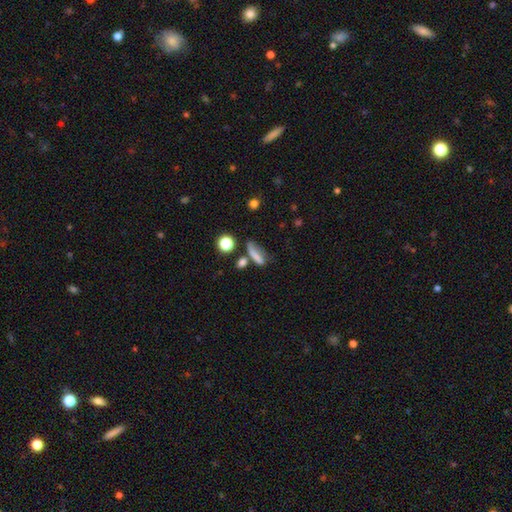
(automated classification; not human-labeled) Smooth or featured? smooth (70%)
How rounded? cigar-shaped (57%)
Merging? none (44%)